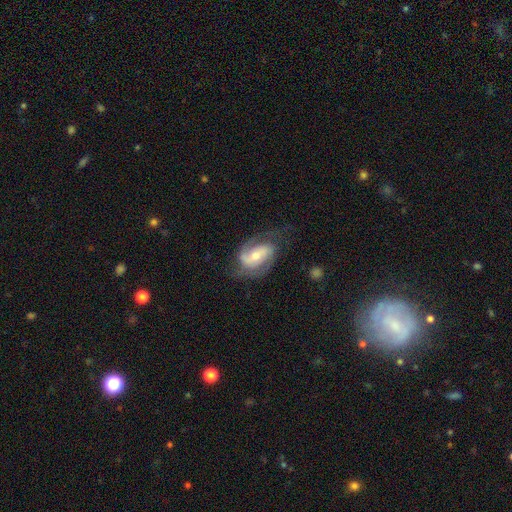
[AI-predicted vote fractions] A featured or disk galaxy (80%) with a weak bar (40%), 2 (79%) medium (48%) spiral arms (94%) and a moderate central bulge (54%).

Vote fractions:
- Smooth or featured? featured or disk: 80% / smooth: 14% / star or artifact: 6%
- Edge-on disk? no: 97% / yes: 3%
- Bar? weak: 40% / no: 33% / strong: 27%
- Spiral arms? yes: 94% / no: 6%
- Spiral winding? medium: 48% / tight: 28% / loose: 23%
- Spiral arm count? 2: 79% / can't tell: 8% / 1: 7% / 3: 4% / 4: 1% / more than 4: 1%
- Bulge size? moderate: 54% / small: 38% / large: 6% / none: 2% / dominant: 1%
- Merging? none: 61% / minor disturbance: 22% / major disturbance: 16% / merger: 2%